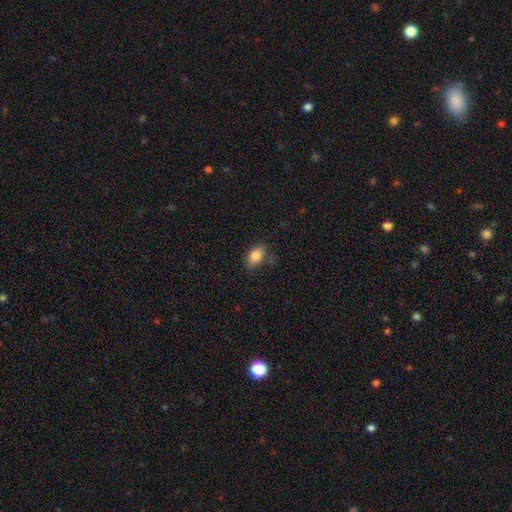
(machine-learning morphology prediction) smooth 84%, star or artifact 9%, featured or disk 7%. Down the decision tree: how rounded — in between (86%); merging — none (70%).